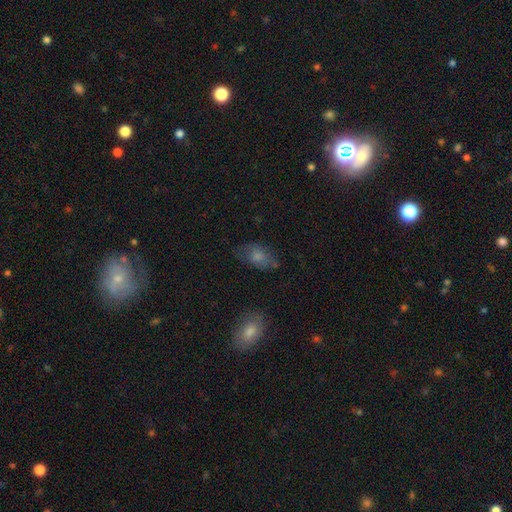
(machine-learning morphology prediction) Smooth or featured: smooth — 55% (featured or disk — 23%)
How rounded: in between — 83% (round — 14%)
Merging: none — 73% (minor disturbance — 18%)